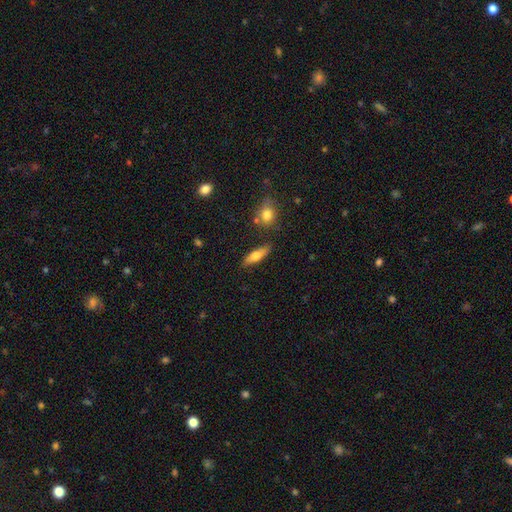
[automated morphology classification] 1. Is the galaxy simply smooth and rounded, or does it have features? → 65% smooth, 29% featured or disk, 7% star or artifact.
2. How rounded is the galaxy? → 49% in between, 48% cigar-shaped, 3% round.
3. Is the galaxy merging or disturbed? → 81% none, 12% minor disturbance, 5% merger, 3% major disturbance.